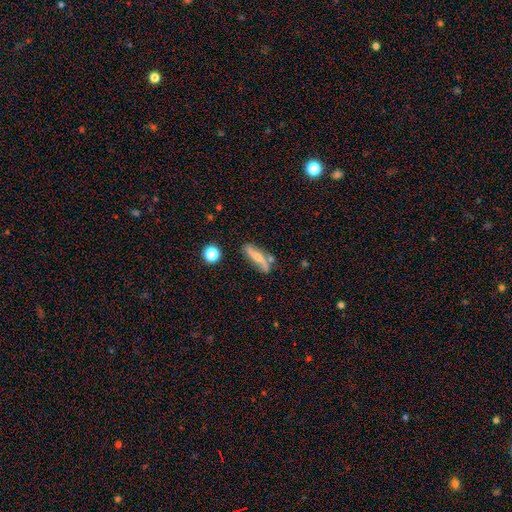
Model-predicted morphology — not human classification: Overall: featured or disk (53%; smooth 38%). Edge-on disk: yes (66%; no 34%). Merging: none (68%).